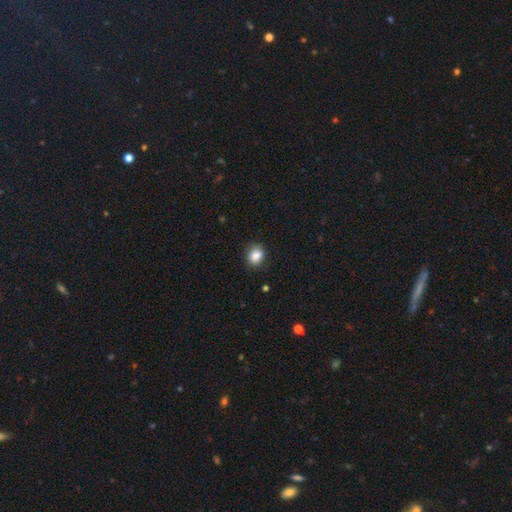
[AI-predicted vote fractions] Q: Smooth or featured?
A: smooth (86%); runner-up: star or artifact (9%)
Q: How rounded?
A: round (50%); runner-up: in between (49%)
Q: Merging?
A: none (82%); runner-up: minor disturbance (14%)